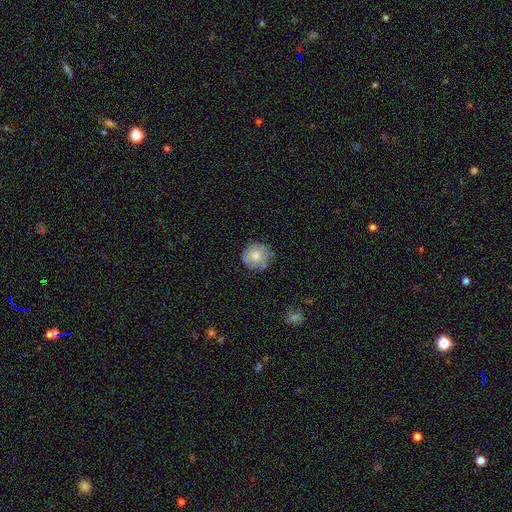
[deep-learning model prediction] Morphology: type=smooth (65%); roundness=round (85%); merging=none (70%).